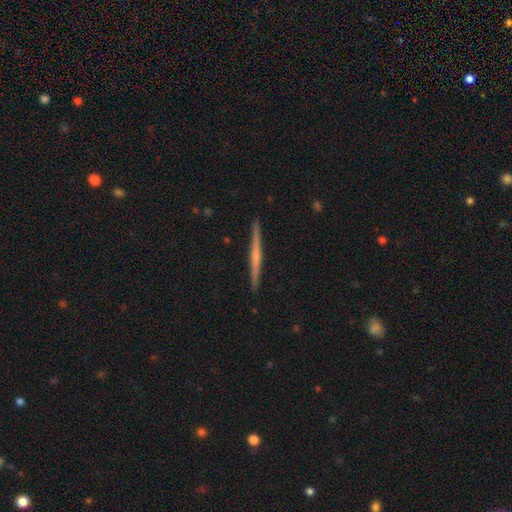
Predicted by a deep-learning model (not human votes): Smooth or featured? Predicted: featured or disk (p=0.64). Edge-on disk? Predicted: yes (p=0.98). Edge-on bulge? Predicted: none (p=0.53). Merging? Predicted: none (p=0.92).